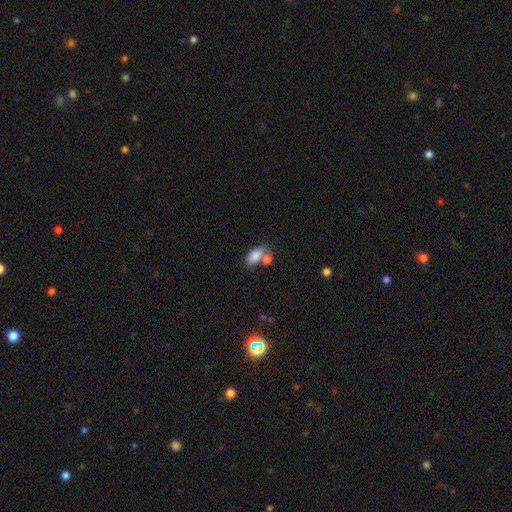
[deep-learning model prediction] Morphology: type=smooth (83%); roundness=in between (90%); merging=none (45%).